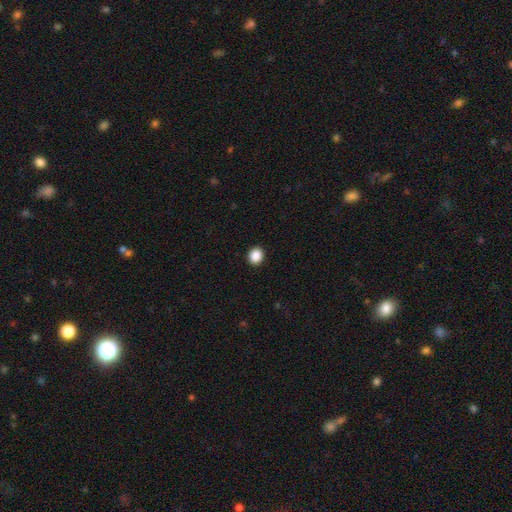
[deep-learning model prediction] smooth-or-featured: smooth: 89% | star or artifact: 9% | featured or disk: 2%
  how-rounded: round: 70% | in between: 29% | cigar-shaped: 1%
  merging: none: 92% | minor disturbance: 5% | major disturbance: 2% | merger: 1%